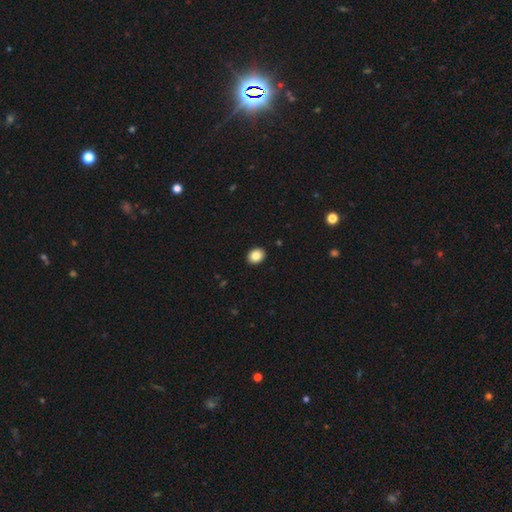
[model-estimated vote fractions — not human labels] Smooth or featured?
  - smooth: 86% *
  - star or artifact: 9%
  - featured or disk: 5%
How rounded?
  - round: 51% *
  - in between: 48%
  - cigar-shaped: 1%
Merging?
  - none: 92% *
  - minor disturbance: 6%
  - major disturbance: 1%
  - merger: 1%